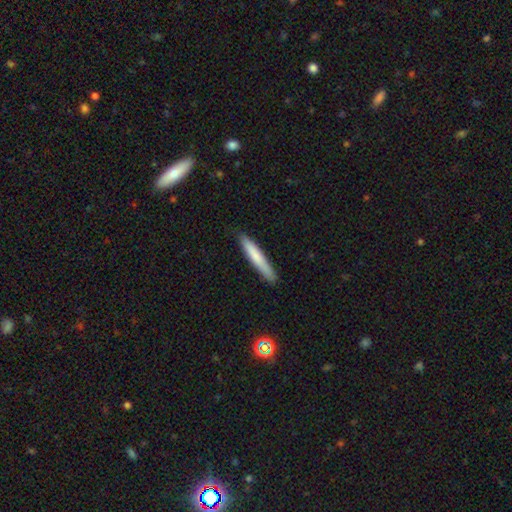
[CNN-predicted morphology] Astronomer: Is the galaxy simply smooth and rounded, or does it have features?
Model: smooth — 74%.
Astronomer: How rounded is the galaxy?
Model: cigar-shaped — 94%.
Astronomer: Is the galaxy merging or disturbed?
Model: none — 87%.